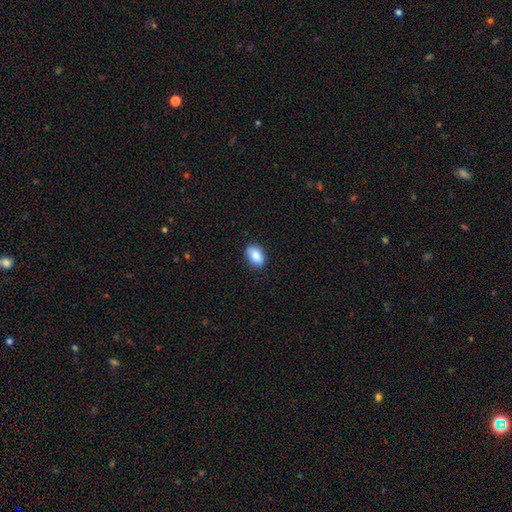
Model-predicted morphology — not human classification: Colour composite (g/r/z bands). It shows a smooth galaxy with no disk features (85%) that is in between round and cigar-shaped (86%). Merging: none (85%).